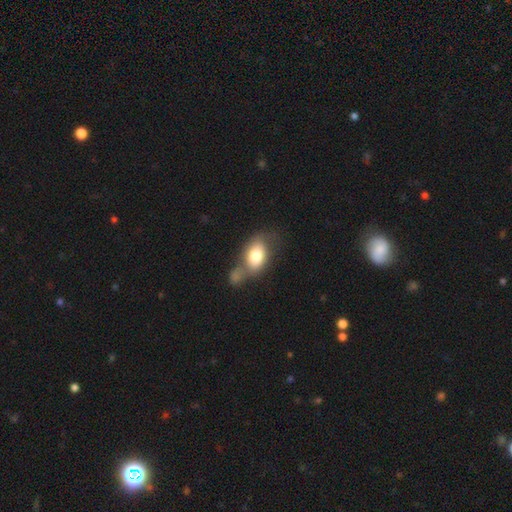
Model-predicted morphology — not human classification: A smooth galaxy with no disk features (73%) that is in between round and cigar-shaped (81%). Merging: merger (40%).